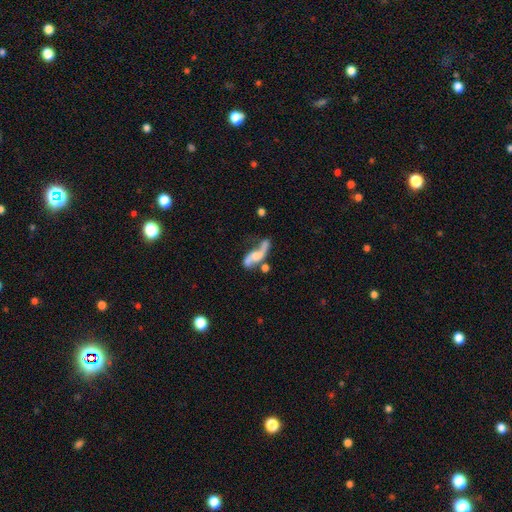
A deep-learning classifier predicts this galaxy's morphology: A featured or disk galaxy (70%) with no bar (61%), 2 (83%) loose (82%) spiral arms (84%) and a moderate central bulge (40%).

Vote fractions:
- Smooth or featured? featured or disk: 70% / smooth: 23% / star or artifact: 7%
- Edge-on disk? no: 88% / yes: 12%
- Bar? no: 61% / weak: 28% / strong: 10%
- Spiral arms? yes: 84% / no: 16%
- Spiral winding? loose: 82% / medium: 14% / tight: 4%
- Spiral arm count? 2: 83% / 1: 10% / can't tell: 4% / 3: 1% / 4: 1% / more than 4: 1%
- Bulge size? moderate: 40% / small: 36% / none: 15% / large: 7% / dominant: 2%
- Merging? none: 36% / merger: 22% / major disturbance: 21% / minor disturbance: 20%